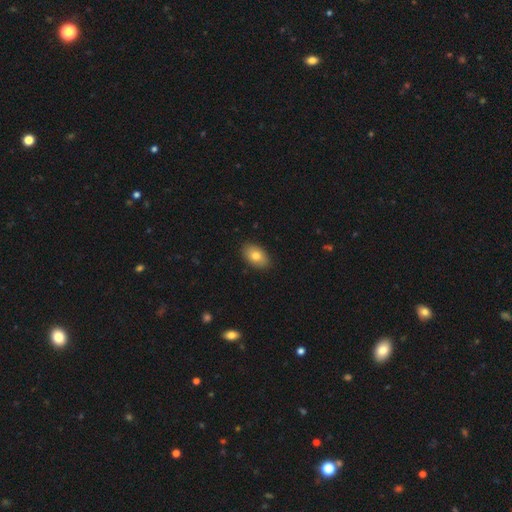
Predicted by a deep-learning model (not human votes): Q: Smooth or featured?
A: smooth (80%); runner-up: featured or disk (13%)
Q: How rounded?
A: in between (90%); runner-up: round (9%)
Q: Merging?
A: none (88%); runner-up: minor disturbance (9%)